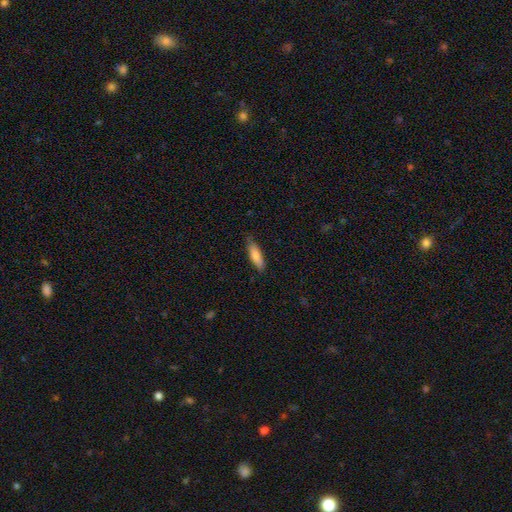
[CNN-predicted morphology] type=smooth (82%); roundness=cigar-shaped (52%); merging=none (79%).